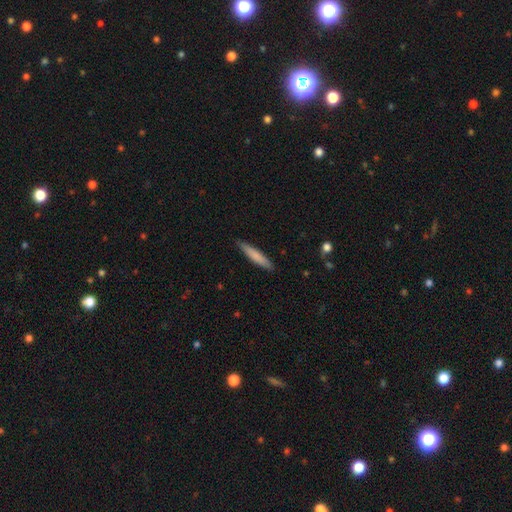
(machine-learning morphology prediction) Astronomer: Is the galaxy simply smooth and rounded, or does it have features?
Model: smooth — 76%.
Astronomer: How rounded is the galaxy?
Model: cigar-shaped — 90%.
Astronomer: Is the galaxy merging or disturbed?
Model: none — 88%.